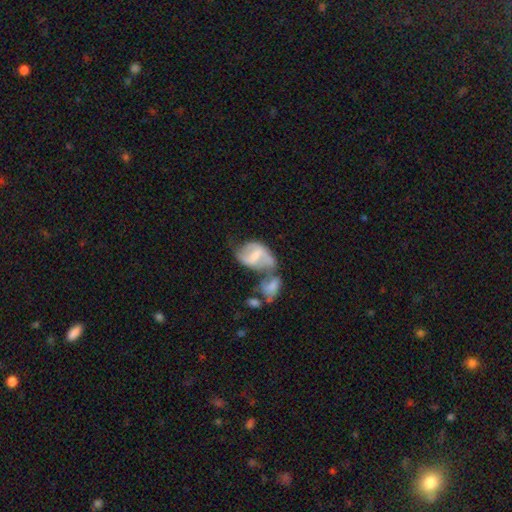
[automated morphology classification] Smooth or featured: featured or disk — 61% (smooth — 31%)
Edge-on disk: no — 96% (yes — 4%)
Bar: weak — 45% (strong — 37%)
Spiral arms: yes — 69% (no — 31%)
Bulge size: small — 36% (moderate — 29%)
Merging: merger — 47% (none — 22%)